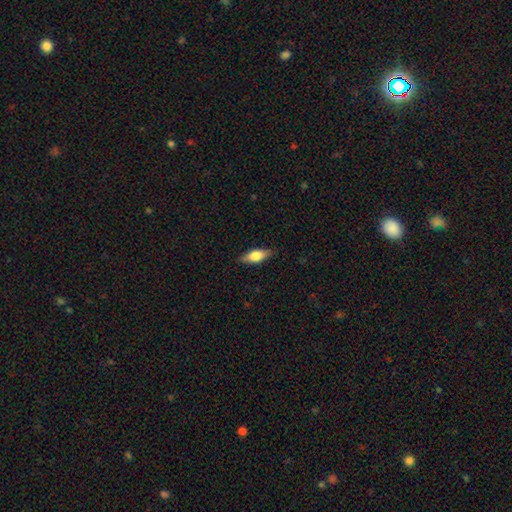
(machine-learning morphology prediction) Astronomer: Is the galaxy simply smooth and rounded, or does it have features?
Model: smooth — 64%.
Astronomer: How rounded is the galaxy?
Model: in between — 71%.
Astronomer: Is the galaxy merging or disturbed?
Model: none — 84%.